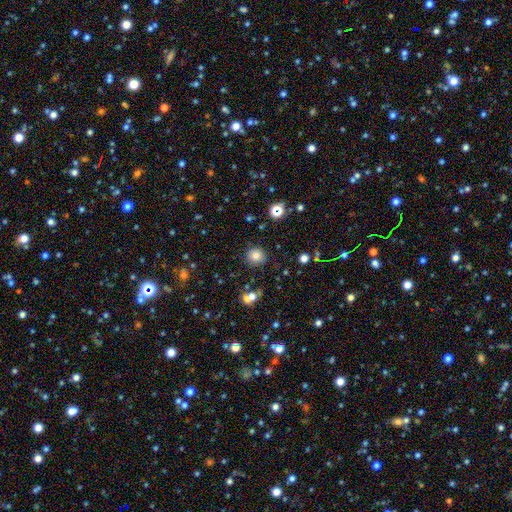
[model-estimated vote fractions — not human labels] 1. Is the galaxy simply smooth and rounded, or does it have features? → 80% smooth, 15% star or artifact, 6% featured or disk.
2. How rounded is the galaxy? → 87% round, 12% in between, 1% cigar-shaped.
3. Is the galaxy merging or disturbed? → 86% none, 9% minor disturbance, 3% major disturbance, 3% merger.